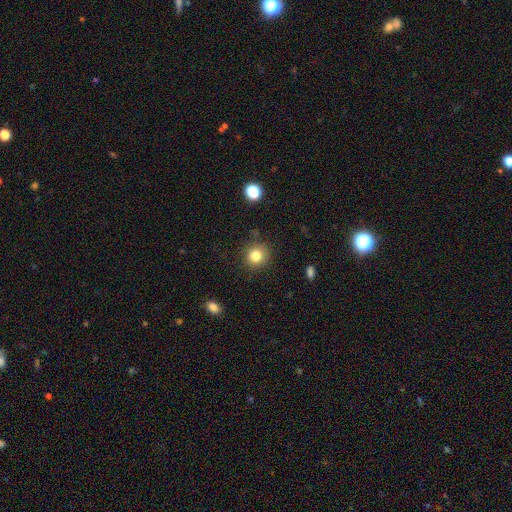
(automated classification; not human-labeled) smooth_or_featured: smooth (p=0.81) [alt: star or artifact p=0.12]
how_rounded: round (p=0.88) [alt: in between p=0.11]
merging: none (p=0.87) [alt: minor disturbance p=0.09]